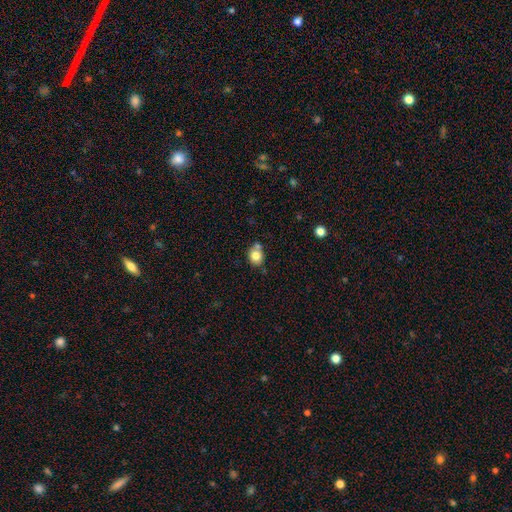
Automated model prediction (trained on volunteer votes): Smooth or featured: smooth — 79% (featured or disk — 11%)
How rounded: round — 66% (in between — 33%)
Merging: none — 57% (merger — 24%)